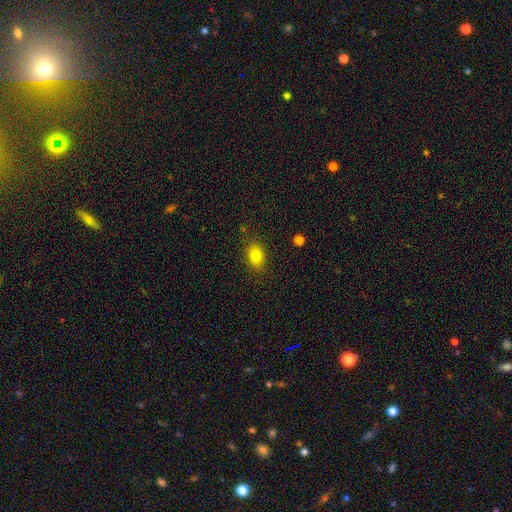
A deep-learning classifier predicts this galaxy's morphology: smooth-or-featured: smooth: 81% | star or artifact: 11% | featured or disk: 8%
  how-rounded: in between: 72% | round: 26% | cigar-shaped: 2%
  merging: none: 86% | minor disturbance: 10% | major disturbance: 3% | merger: 1%